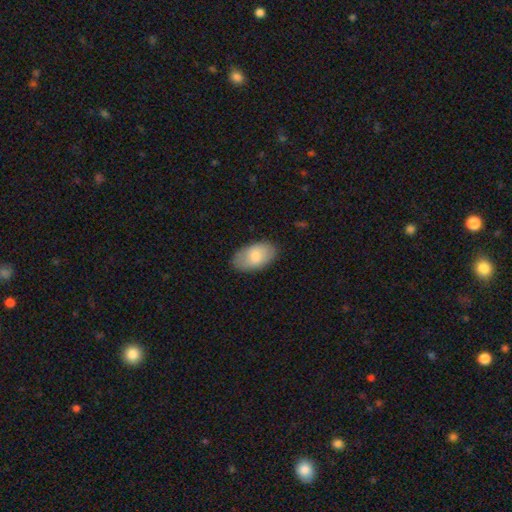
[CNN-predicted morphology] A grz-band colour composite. It shows a smooth galaxy with no disk features (80%) that is in between round and cigar-shaped (94%). Merging: none (84%).